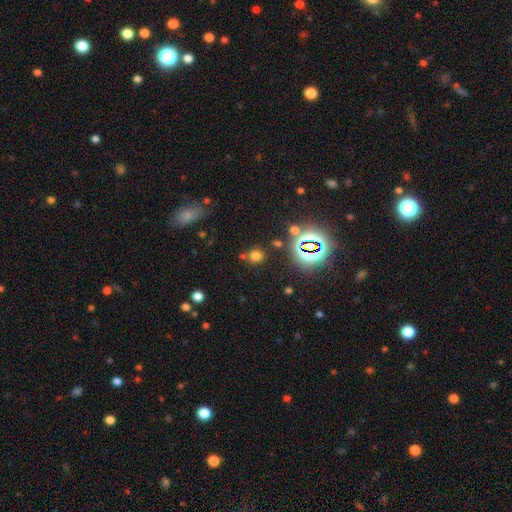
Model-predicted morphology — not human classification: smooth 64%, star or artifact 30%, featured or disk 7%. Down the decision tree: how rounded — round (83%); merging — none (77%).